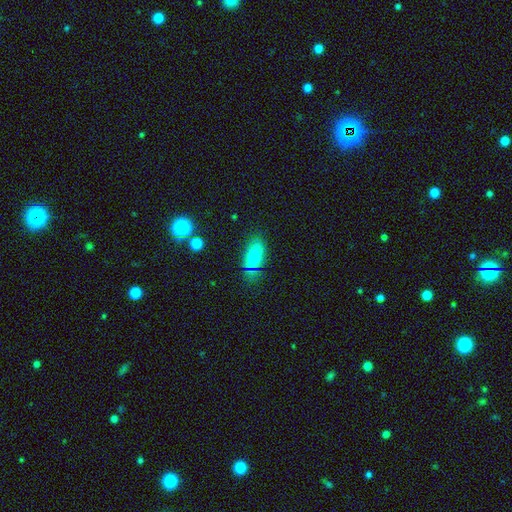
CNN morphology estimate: This appears to be a smooth galaxy with no disk features (70%) that is in between round and cigar-shaped (79%). Merging: none (75%).